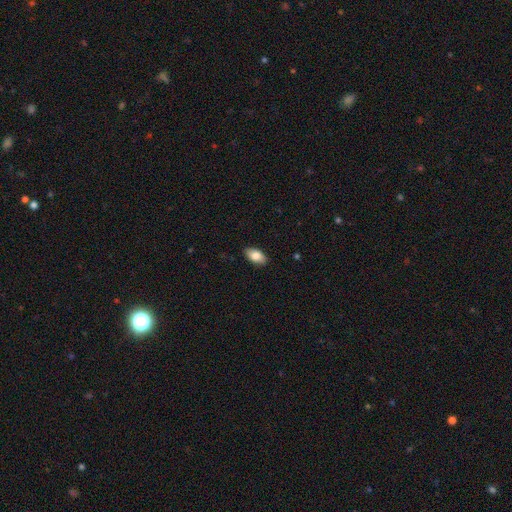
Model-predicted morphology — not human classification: Smooth or featured?
  - smooth: 83% *
  - featured or disk: 10%
  - star or artifact: 6%
How rounded?
  - in between: 93% *
  - round: 4%
  - cigar-shaped: 3%
Merging?
  - none: 88% *
  - minor disturbance: 9%
  - major disturbance: 2%
  - merger: 1%